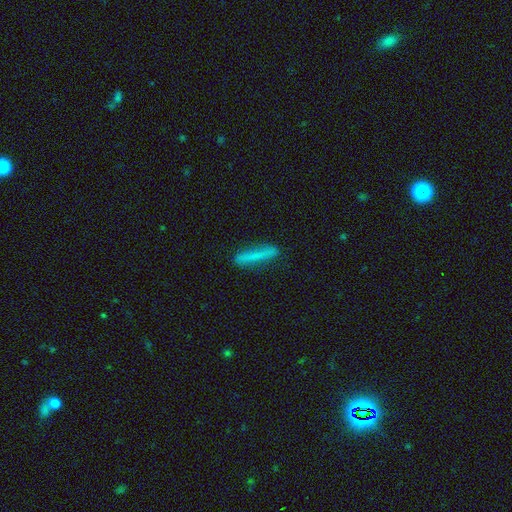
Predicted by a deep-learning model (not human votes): smooth_or_featured: smooth (p=0.67) [alt: featured or disk p=0.24]
how_rounded: cigar-shaped (p=0.91) [alt: in between p=0.07]
merging: none (p=0.83) [alt: minor disturbance p=0.12]